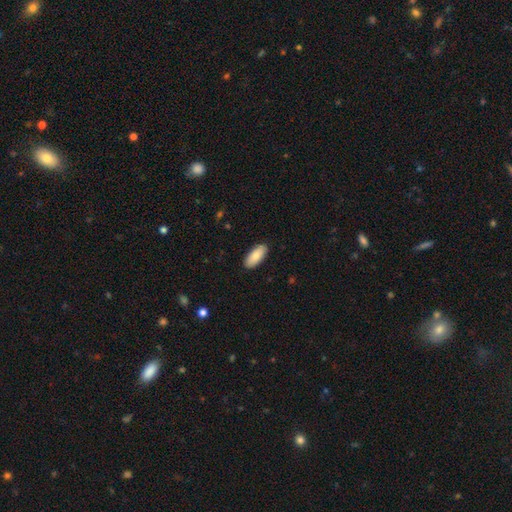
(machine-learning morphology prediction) This appears to be a smooth galaxy with no disk features (84%) that is in between round and cigar-shaped (86%). Merging: none (90%).